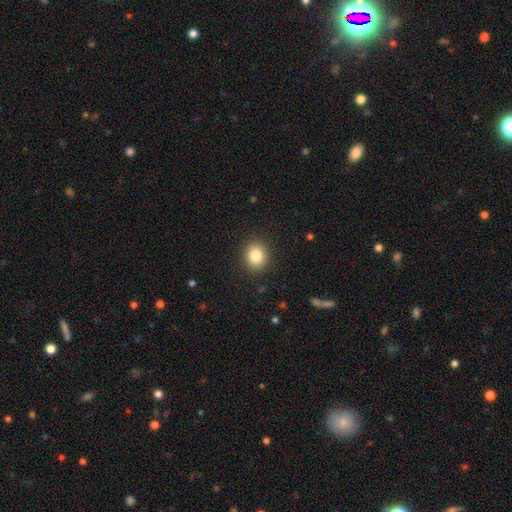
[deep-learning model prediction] This is clearly a smooth galaxy (83%). How rounded: likely round (71%). Merging: clearly none (90%).